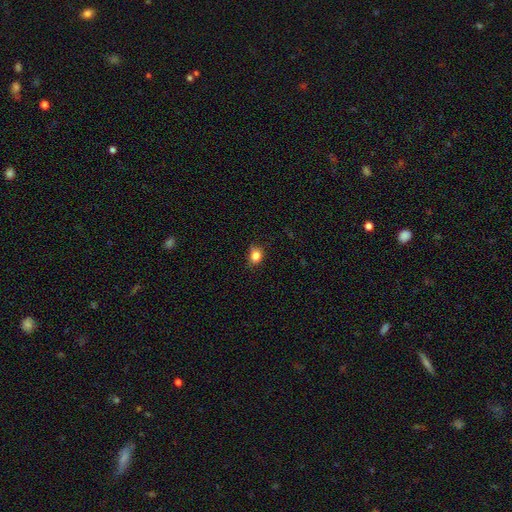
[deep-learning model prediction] Smooth or featured? Predicted: smooth (p=0.84). How rounded? Predicted: round (p=0.59). Merging? Predicted: none (p=0.78).